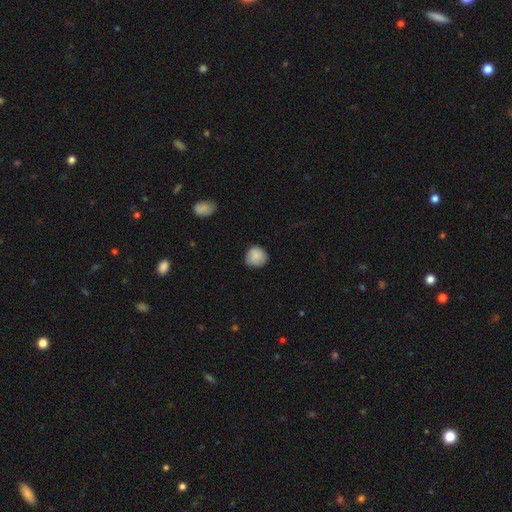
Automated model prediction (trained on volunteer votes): Smooth or featured?
  - smooth: 84% *
  - featured or disk: 9%
  - star or artifact: 7%
How rounded?
  - round: 87% *
  - in between: 12%
  - cigar-shaped: 1%
Merging?
  - none: 74% *
  - minor disturbance: 22%
  - major disturbance: 3%
  - merger: 1%